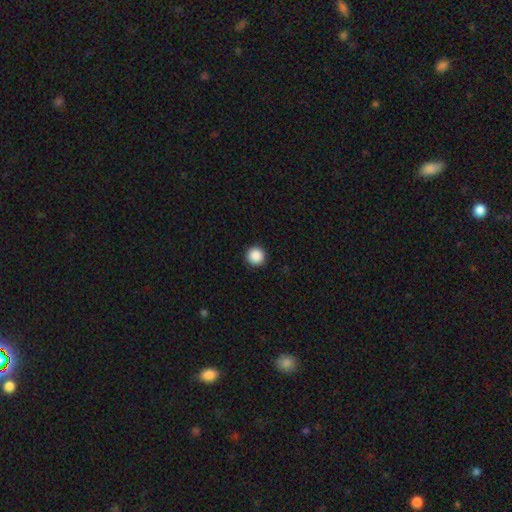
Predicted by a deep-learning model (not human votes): Smooth or featured: smooth — 89% (star or artifact — 9%)
How rounded: round — 96% (in between — 3%)
Merging: none — 93% (minor disturbance — 4%)